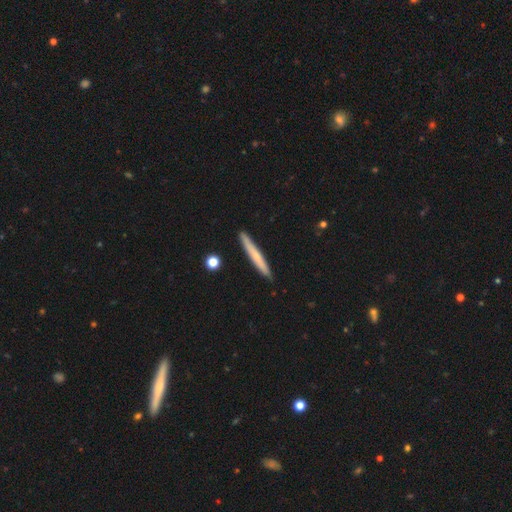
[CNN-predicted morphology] Smooth or featured? Predicted: smooth (p=0.61). How rounded? Predicted: cigar-shaped (p=0.96). Merging? Predicted: none (p=0.90).